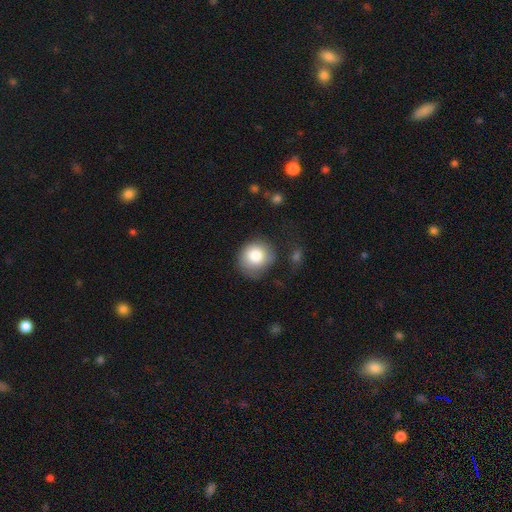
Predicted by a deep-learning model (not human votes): Morphology: type=smooth (82%); roundness=round (85%); merging=none (66%).